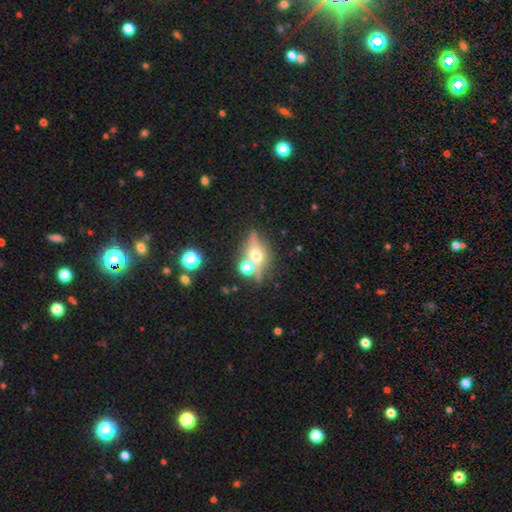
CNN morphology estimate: featured or disk 51%, smooth 32%, star or artifact 18%. Down the decision tree: edge-on disk — yes (71%); merging — none (66%).